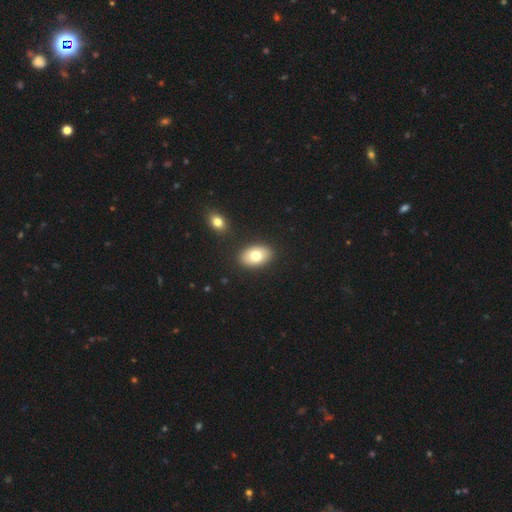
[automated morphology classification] smooth 77%, featured or disk 15%, star or artifact 7%. Down the decision tree: how rounded — in between (89%); merging — none (87%).